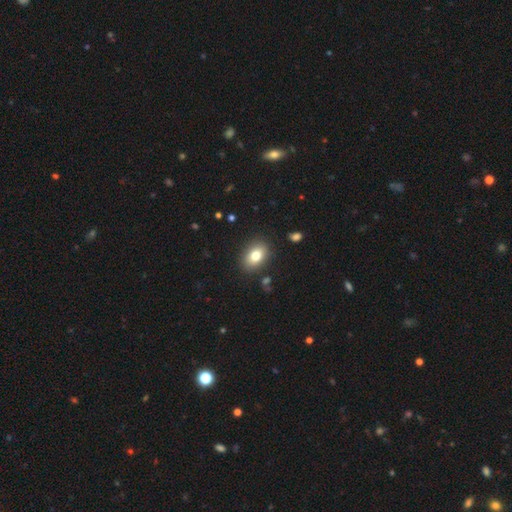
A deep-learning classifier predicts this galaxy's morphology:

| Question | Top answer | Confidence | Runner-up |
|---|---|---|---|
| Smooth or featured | smooth | 80% | featured or disk (12%) |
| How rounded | in between | 80% | round (19%) |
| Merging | none | 87% | minor disturbance (9%) |